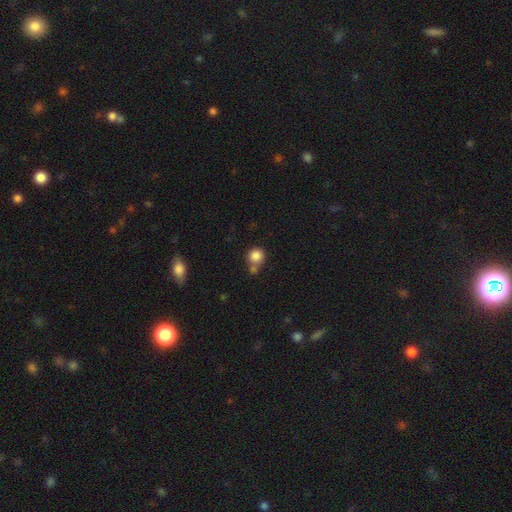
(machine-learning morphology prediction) smooth_or_featured: smooth (p=0.84) [alt: star or artifact p=0.10]
how_rounded: round (p=0.89) [alt: in between p=0.10]
merging: none (p=0.54) [alt: merger p=0.29]